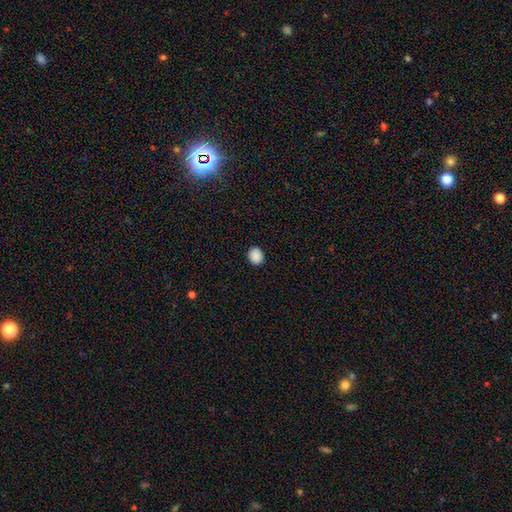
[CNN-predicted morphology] smooth 89%, star or artifact 9%, featured or disk 2%. Down the decision tree: how rounded — round (72%); merging — none (91%).